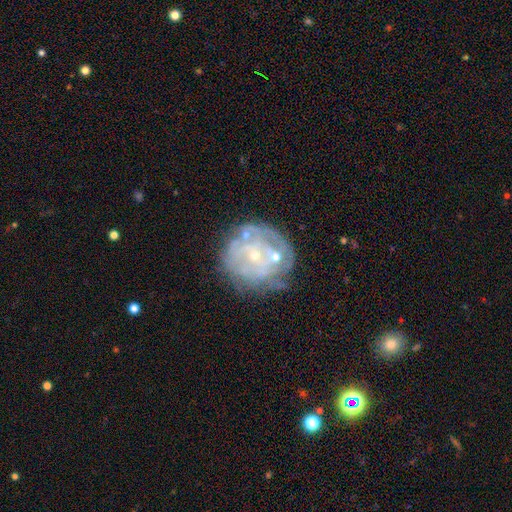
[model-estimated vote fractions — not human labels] smooth_or_featured: featured or disk (p=0.70) [alt: smooth p=0.20]
disk_edge_on: no (p=0.98) [alt: yes p=0.02]
bar: no (p=0.81) [alt: weak p=0.15]
has_spiral_arms: no (p=0.53) [alt: yes p=0.47]
bulge_size: small (p=0.77) [alt: moderate p=0.17]
merging: none (p=0.56) [alt: minor disturbance p=0.20]